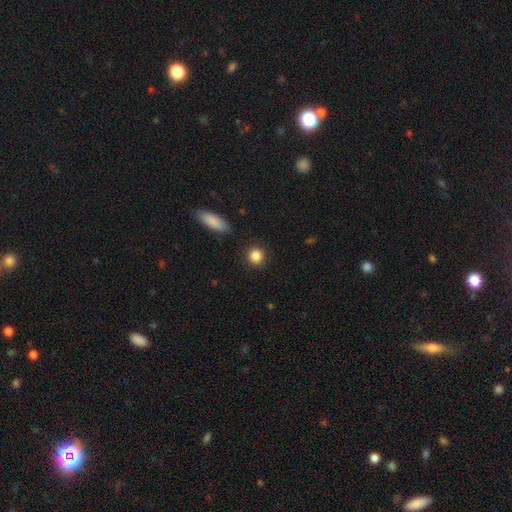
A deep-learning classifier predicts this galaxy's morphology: type=smooth (86%); roundness=round (88%); merging=none (89%).